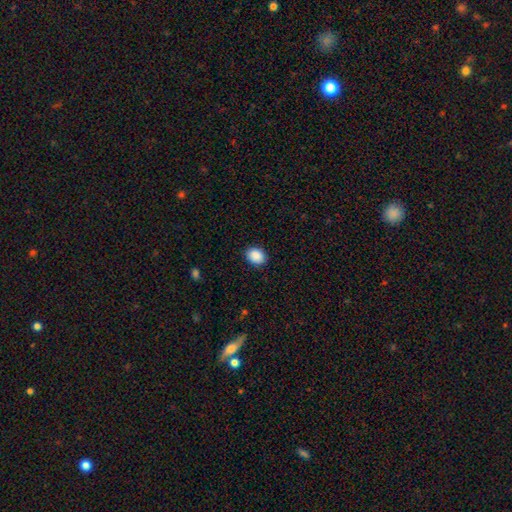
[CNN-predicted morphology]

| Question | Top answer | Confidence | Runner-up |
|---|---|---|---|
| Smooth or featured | smooth | 90% | star or artifact (8%) |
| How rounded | in between | 55% | round (44%) |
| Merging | none | 89% | minor disturbance (8%) |